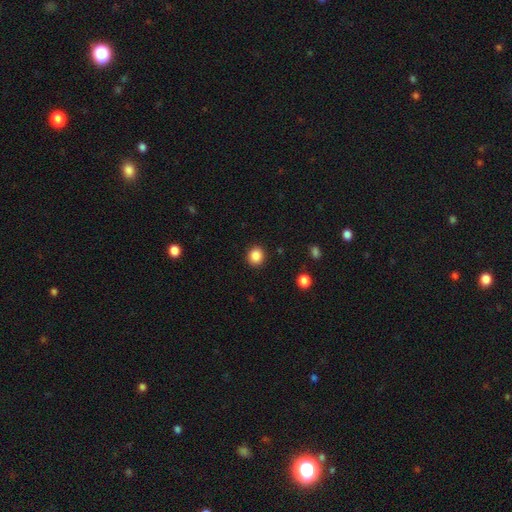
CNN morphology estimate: smooth-or-featured: smooth: 87% | star or artifact: 10% | featured or disk: 3%
  how-rounded: round: 85% | in between: 14% | cigar-shaped: 1%
  merging: none: 91% | minor disturbance: 6% | major disturbance: 2% | merger: 1%